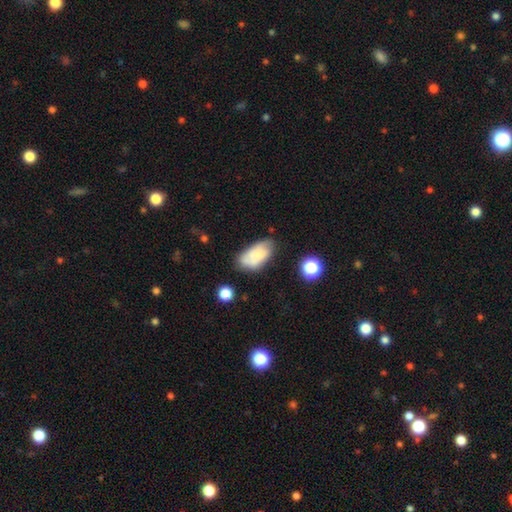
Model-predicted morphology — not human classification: Overall: smooth (70%). How rounded: in between (92%). Merging: none (55%; minor disturbance 29%).